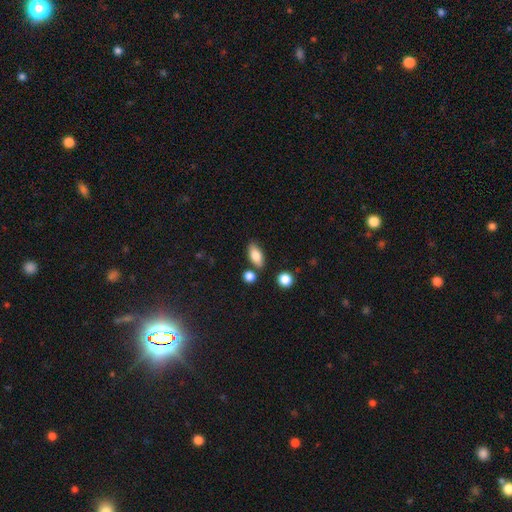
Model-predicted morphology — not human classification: smooth-or-featured: smooth: 82% | featured or disk: 10% | star or artifact: 8%
  how-rounded: in between: 86% | cigar-shaped: 9% | round: 5%
  merging: none: 78% | minor disturbance: 11% | merger: 8% | major disturbance: 3%